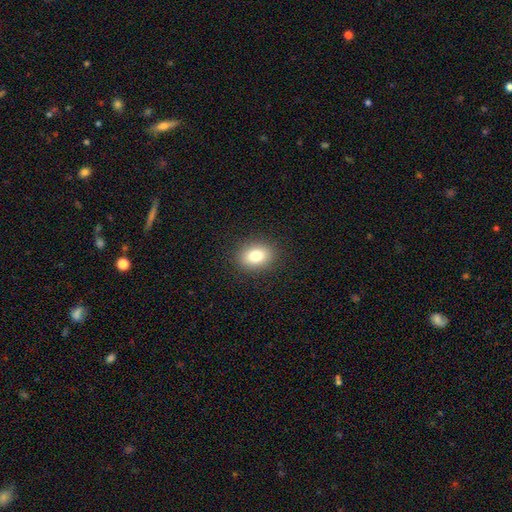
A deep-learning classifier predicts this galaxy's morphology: A smooth galaxy with no disk features (81%) that is in between round and cigar-shaped (66%).

Vote fractions:
- Smooth or featured? smooth: 81% / star or artifact: 10% / featured or disk: 9%
- How rounded? in between: 66% / round: 33% / cigar-shaped: 1%
- Merging? none: 89% / minor disturbance: 7% / major disturbance: 2% / merger: 1%